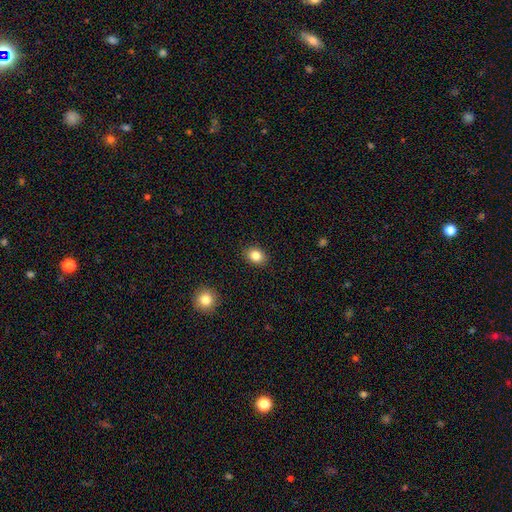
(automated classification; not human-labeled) A smooth galaxy with no disk features (83%) that is in between round and cigar-shaped (56%). Merging: none (89%).